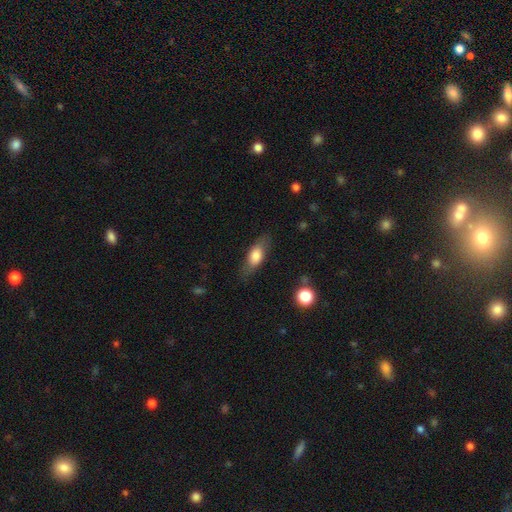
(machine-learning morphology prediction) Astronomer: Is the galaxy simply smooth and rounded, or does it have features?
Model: smooth — 70%.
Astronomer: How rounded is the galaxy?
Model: in between — 74%.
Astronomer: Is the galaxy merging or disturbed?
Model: none — 76%.